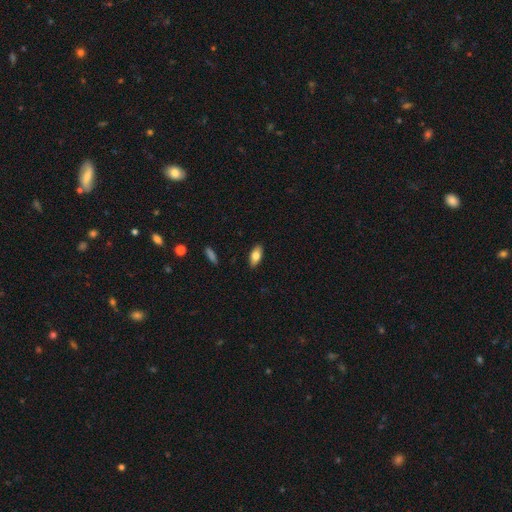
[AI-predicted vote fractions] The model was most divided on "smooth or featured": smooth: 78%, featured or disk: 15%, star or artifact: 7%. More confident: merging — none (88%); how rounded — in between (87%).